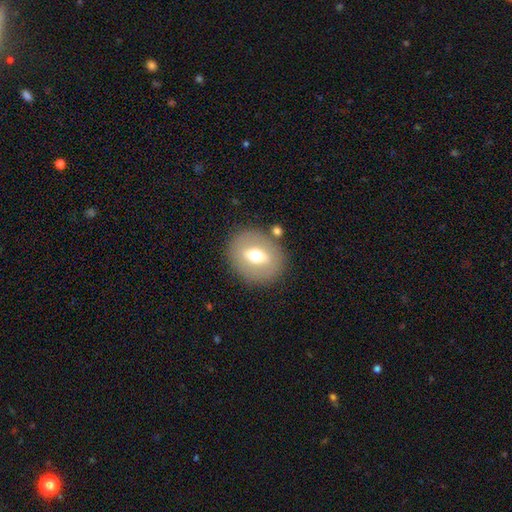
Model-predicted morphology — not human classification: This appears to be a smooth galaxy with no disk features (53%) that is round (61%). Merging: none (82%).